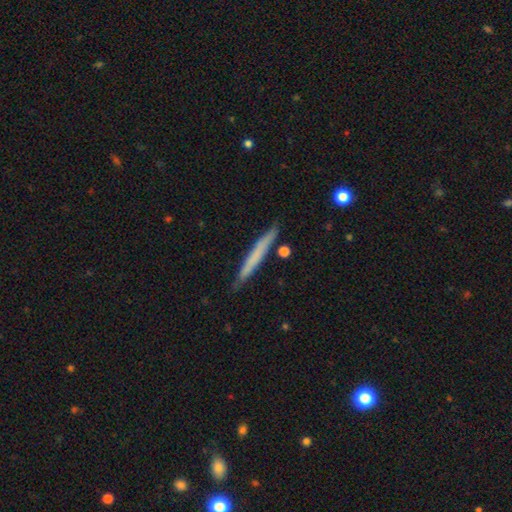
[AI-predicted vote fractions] Smooth or featured? smooth (61%)
How rounded? cigar-shaped (97%)
Merging? none (86%)